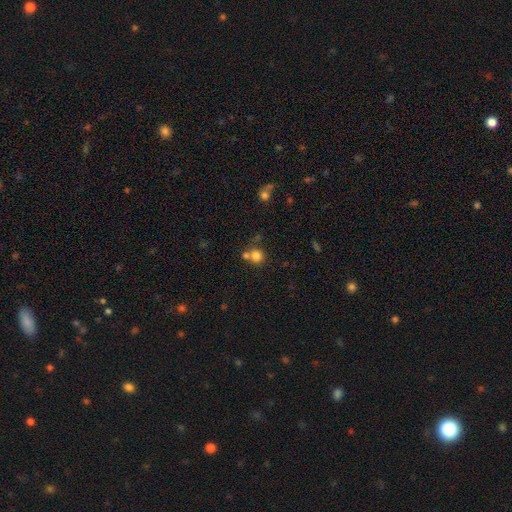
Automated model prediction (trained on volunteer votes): Smooth or featured?
  - smooth: 79% *
  - star or artifact: 13%
  - featured or disk: 8%
How rounded?
  - round: 88% *
  - in between: 12%
  - cigar-shaped: 1%
Merging?
  - none: 54% *
  - merger: 34%
  - minor disturbance: 8%
  - major disturbance: 4%